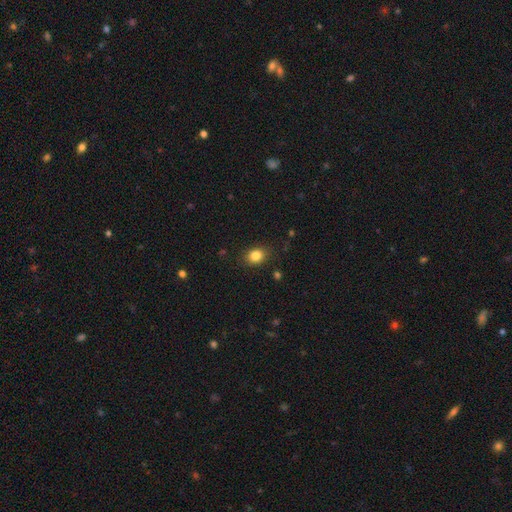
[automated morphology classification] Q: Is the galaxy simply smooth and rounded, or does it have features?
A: smooth — 84%.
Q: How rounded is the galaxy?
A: in between — 55%.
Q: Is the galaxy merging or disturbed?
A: none — 85%.